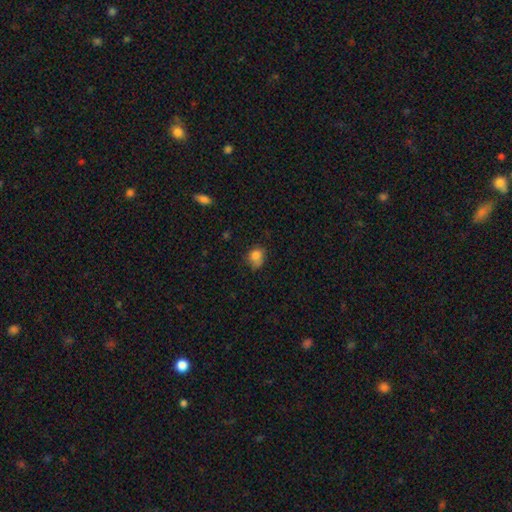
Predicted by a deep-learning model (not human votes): smooth-or-featured: smooth: 80% | star or artifact: 11% | featured or disk: 9%
  how-rounded: round: 55% | in between: 44% | cigar-shaped: 1%
  merging: none: 49% | minor disturbance: 34% | major disturbance: 12% | merger: 5%